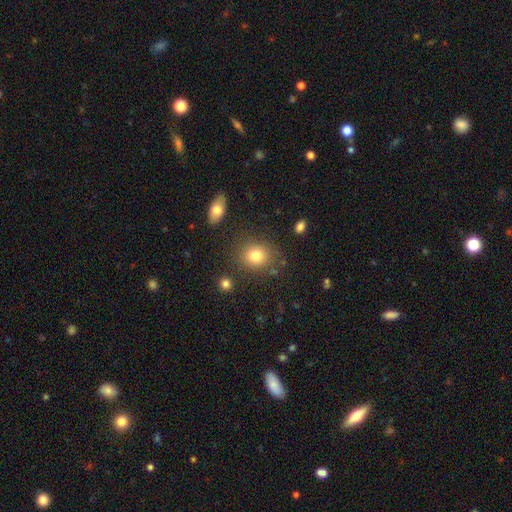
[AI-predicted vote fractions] smooth_or_featured: smooth (p=0.80) [alt: star or artifact p=0.12]
how_rounded: round (p=0.76) [alt: in between p=0.23]
merging: none (p=0.82) [alt: minor disturbance p=0.10]